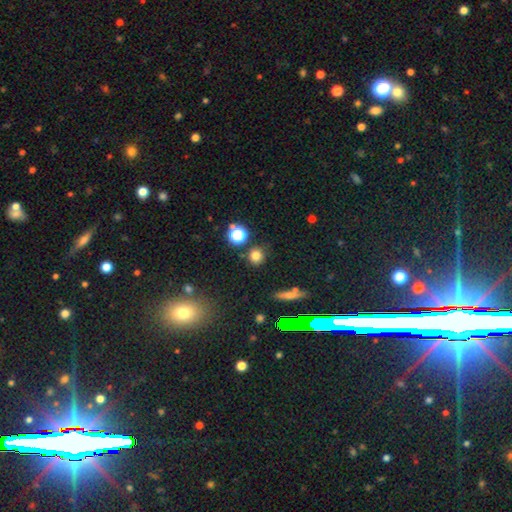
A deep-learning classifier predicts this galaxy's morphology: Smooth or featured: smooth — 77% (star or artifact — 16%)
How rounded: round — 89% (in between — 10%)
Merging: none — 85% (minor disturbance — 8%)